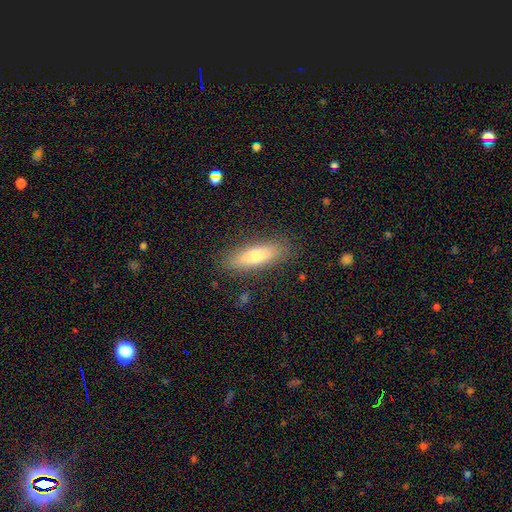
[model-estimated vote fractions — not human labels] Smooth or featured?
  - smooth: 69% *
  - featured or disk: 24%
  - star or artifact: 7%
How rounded?
  - cigar-shaped: 56% *
  - in between: 42%
  - round: 2%
Merging?
  - none: 86% *
  - minor disturbance: 10%
  - major disturbance: 3%
  - merger: 1%